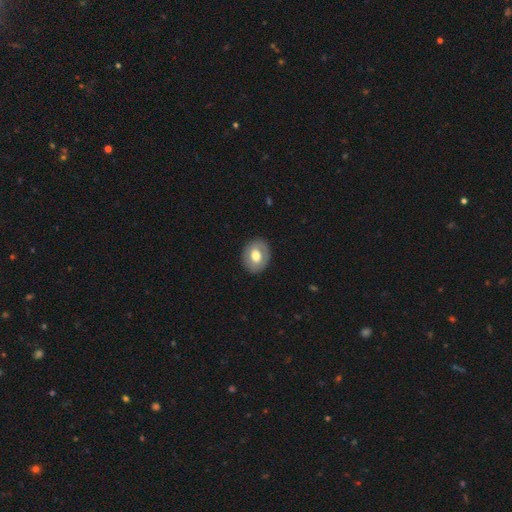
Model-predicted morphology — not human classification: smooth 59%, featured or disk 34%, star or artifact 6%. Down the decision tree: how rounded — in between (51%); merging — none (86%).